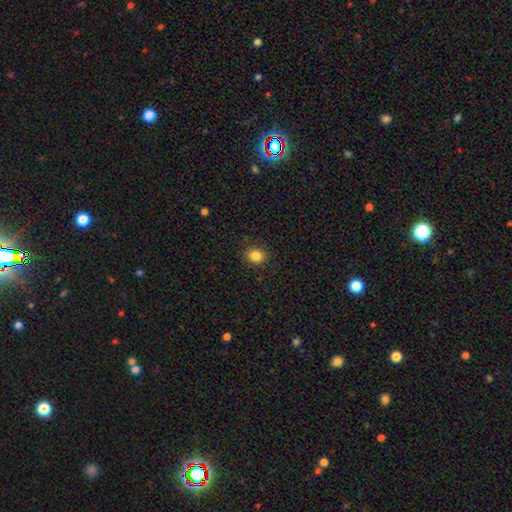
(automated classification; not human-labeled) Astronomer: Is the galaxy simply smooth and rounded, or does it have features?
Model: smooth — 84%.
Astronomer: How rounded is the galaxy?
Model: round — 65%.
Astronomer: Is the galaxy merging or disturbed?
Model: none — 88%.